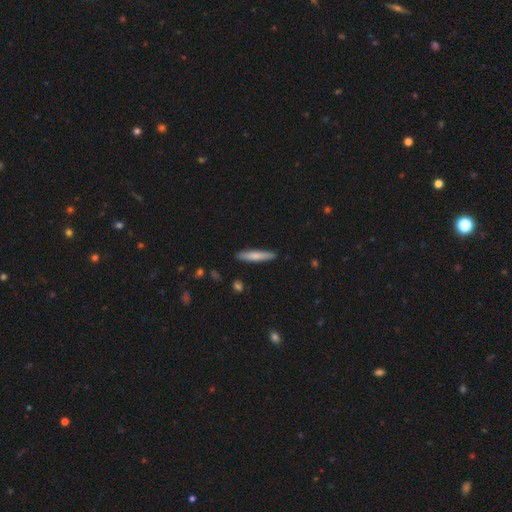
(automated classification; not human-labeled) Q: Smooth or featured?
A: smooth (75%); runner-up: featured or disk (20%)
Q: How rounded?
A: cigar-shaped (90%); runner-up: in between (9%)
Q: Merging?
A: none (89%); runner-up: minor disturbance (8%)